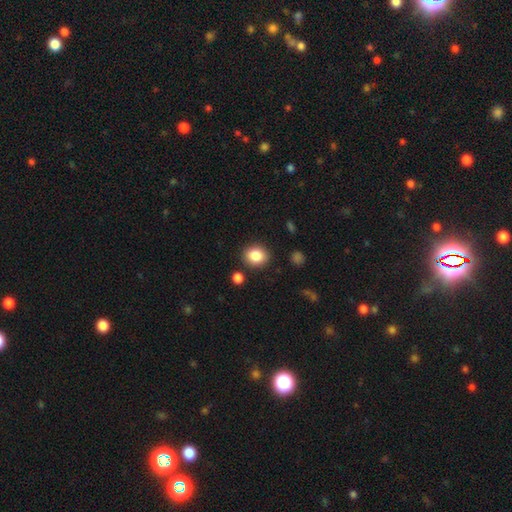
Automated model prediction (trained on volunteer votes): smooth-or-featured: smooth: 85% | star or artifact: 9% | featured or disk: 6%
  how-rounded: round: 68% | in between: 31% | cigar-shaped: 1%
  merging: none: 86% | minor disturbance: 8% | merger: 4% | major disturbance: 2%